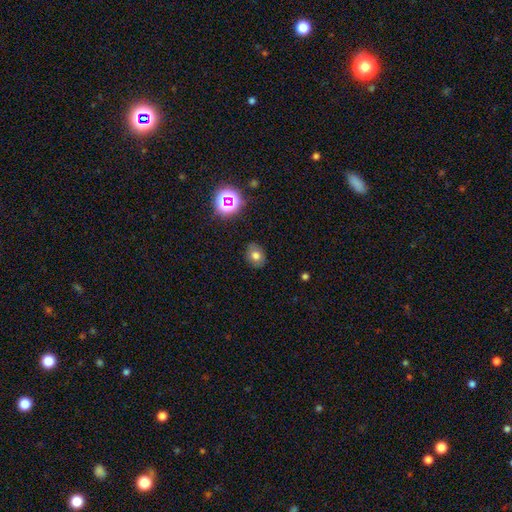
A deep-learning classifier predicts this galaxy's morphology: Smooth or featured?
  - smooth: 71% *
  - star or artifact: 17%
  - featured or disk: 12%
How rounded?
  - in between: 53% *
  - round: 46%
  - cigar-shaped: 1%
Merging?
  - none: 85% *
  - minor disturbance: 11%
  - major disturbance: 3%
  - merger: 1%